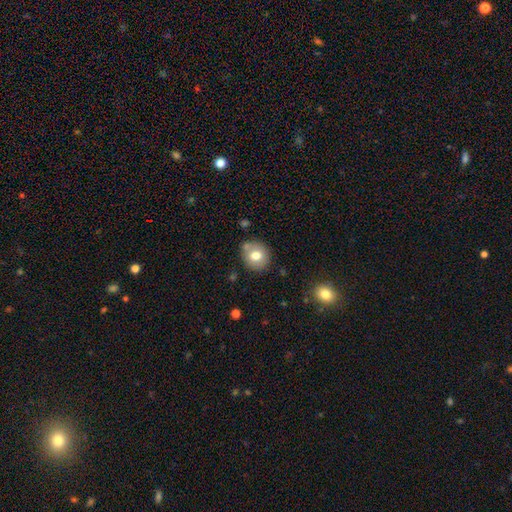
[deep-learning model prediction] Smooth or featured?
  - smooth: 73% *
  - featured or disk: 17%
  - star or artifact: 10%
How rounded?
  - round: 82% *
  - in between: 17%
  - cigar-shaped: 1%
Merging?
  - none: 78% *
  - minor disturbance: 12%
  - merger: 7%
  - major disturbance: 3%